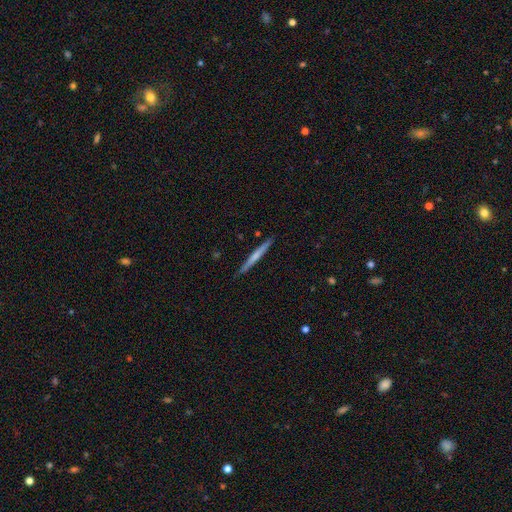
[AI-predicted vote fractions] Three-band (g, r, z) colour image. It shows a smooth galaxy with no disk features (49%). Merging: none (89%).